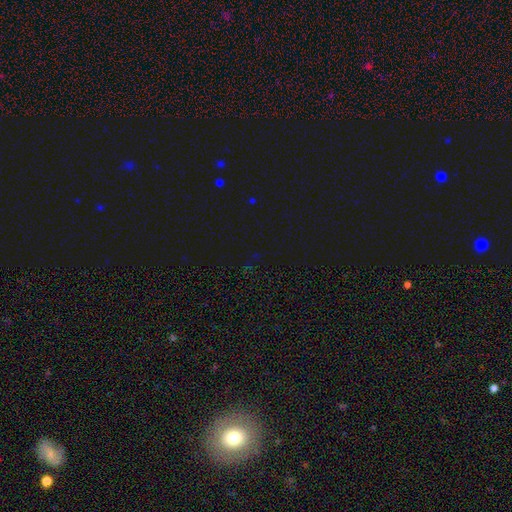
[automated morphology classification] A star or artifact, not a galaxy (75%).

Vote fractions:
- Smooth or featured? star or artifact: 75% / smooth: 18% / featured or disk: 7%